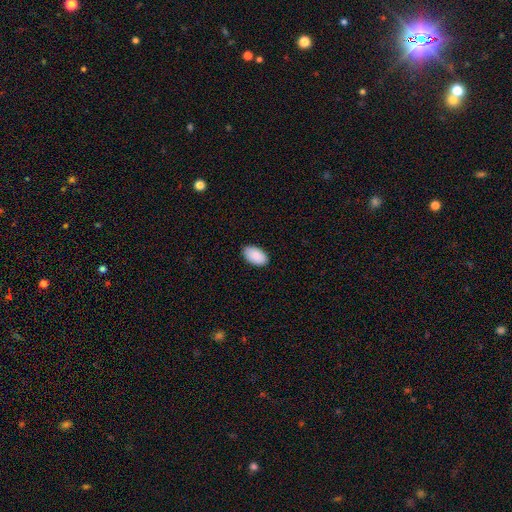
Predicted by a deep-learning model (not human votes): Morphology: type=smooth (91%); roundness=in between (96%); merging=none (88%).